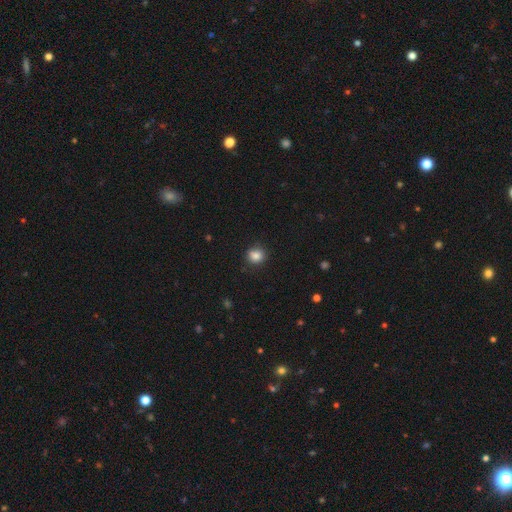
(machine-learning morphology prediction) smooth 84%, star or artifact 11%, featured or disk 5%. Down the decision tree: how rounded — round (77%); merging — none (83%).